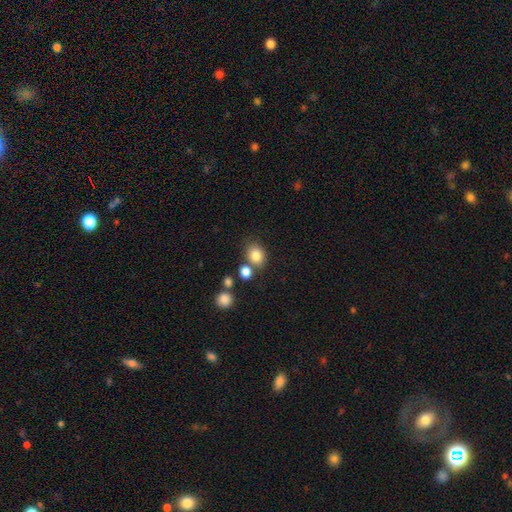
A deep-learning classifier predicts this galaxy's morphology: Smooth or featured? Predicted: smooth (p=0.83). How rounded? Predicted: in between (p=0.52). Merging? Predicted: none (p=0.65).